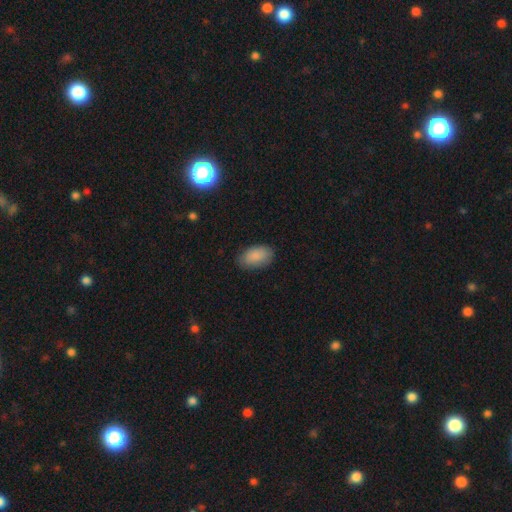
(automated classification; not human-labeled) Smooth or featured: smooth — 88% (star or artifact — 6%)
How rounded: in between — 94% (round — 5%)
Merging: none — 83% (minor disturbance — 13%)